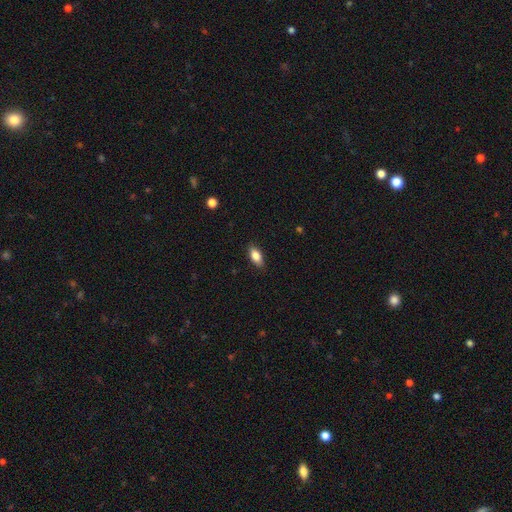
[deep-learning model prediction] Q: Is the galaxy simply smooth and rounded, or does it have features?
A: smooth — 83%.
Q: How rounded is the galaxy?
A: in between — 86%.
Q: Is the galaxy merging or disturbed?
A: none — 86%.